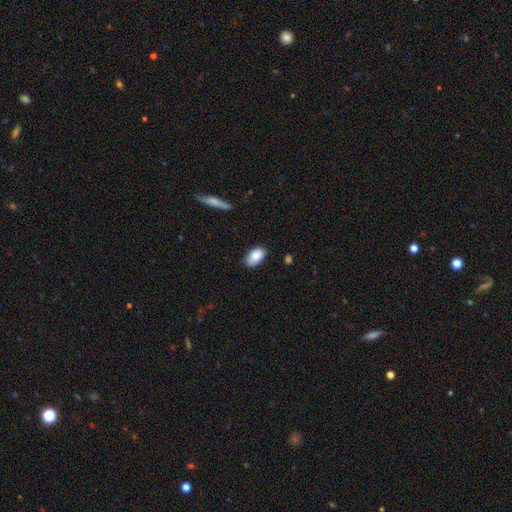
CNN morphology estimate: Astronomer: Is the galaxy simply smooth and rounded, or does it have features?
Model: smooth — 86%.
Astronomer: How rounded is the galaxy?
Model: in between — 94%.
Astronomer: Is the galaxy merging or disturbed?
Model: none — 80%.